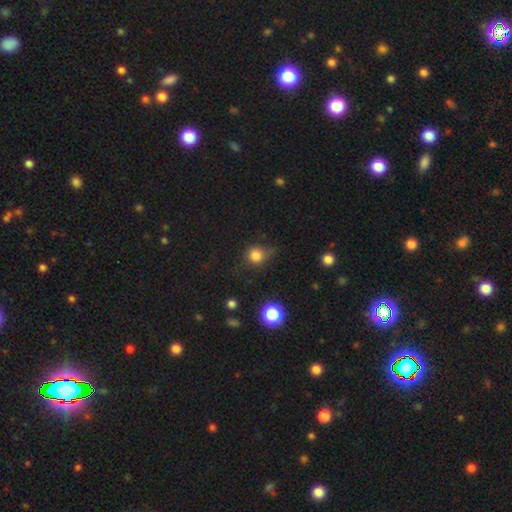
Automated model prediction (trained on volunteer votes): This appears to be a smooth galaxy with no disk features (81%) that is round (87%). Merging: none (61%).